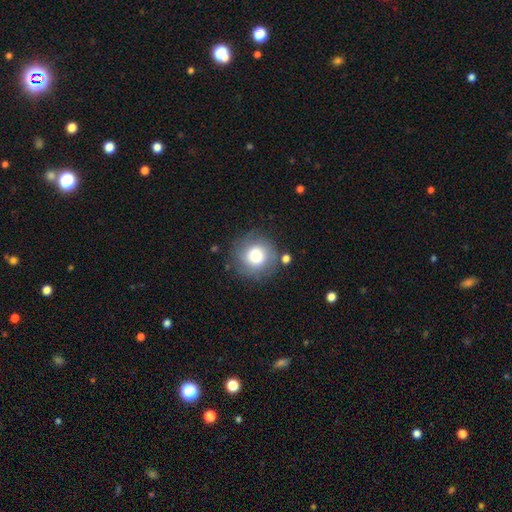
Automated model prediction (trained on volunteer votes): This is likely a smooth galaxy (74%). How rounded: clearly round (92%). Merging: likely none (78%).